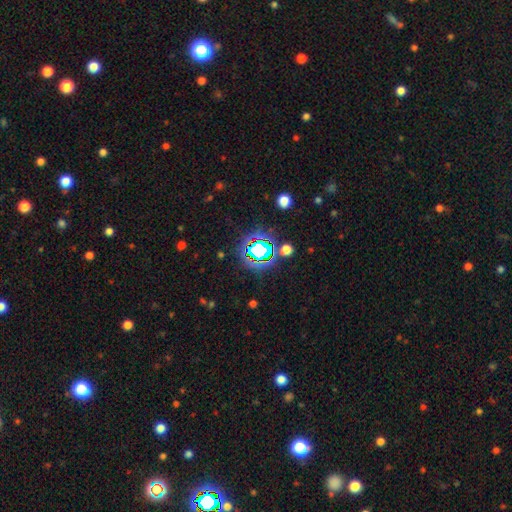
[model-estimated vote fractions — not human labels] smooth-or-featured: star or artifact: 62% | smooth: 25% | featured or disk: 13%